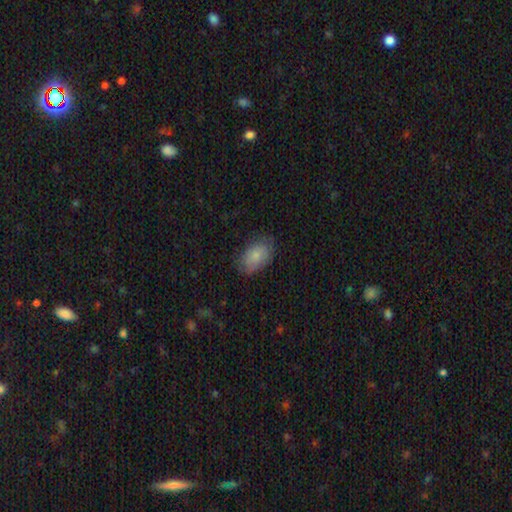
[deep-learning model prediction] The model was most divided on "merging": none: 74%, minor disturbance: 20%, major disturbance: 5%, merger: 1%. More confident: how rounded — in between (87%); smooth or featured — smooth (82%).